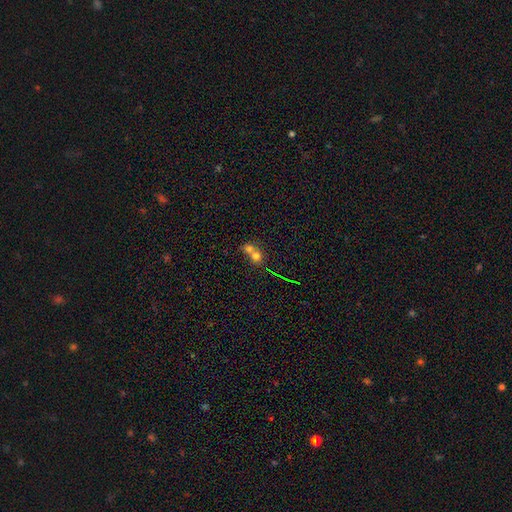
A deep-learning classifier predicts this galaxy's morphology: Smooth or featured?
  - smooth: 69% *
  - featured or disk: 17%
  - star or artifact: 14%
How rounded?
  - round: 73% *
  - in between: 26%
  - cigar-shaped: 2%
Merging?
  - merger: 70% *
  - none: 23%
  - minor disturbance: 5%
  - major disturbance: 3%